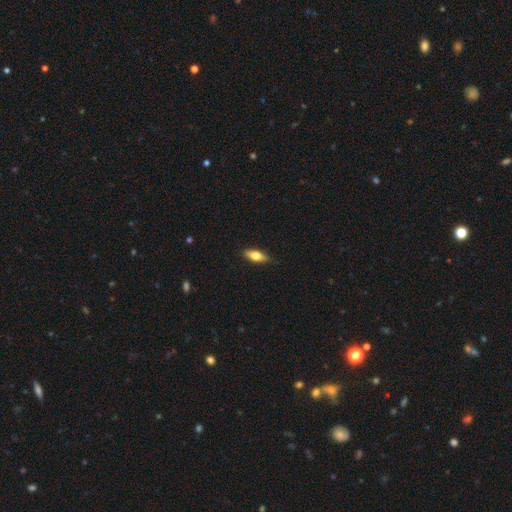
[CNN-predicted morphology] Smooth or featured: smooth — 70% (featured or disk — 24%)
How rounded: in between — 71% (cigar-shaped — 26%)
Merging: none — 87% (minor disturbance — 10%)